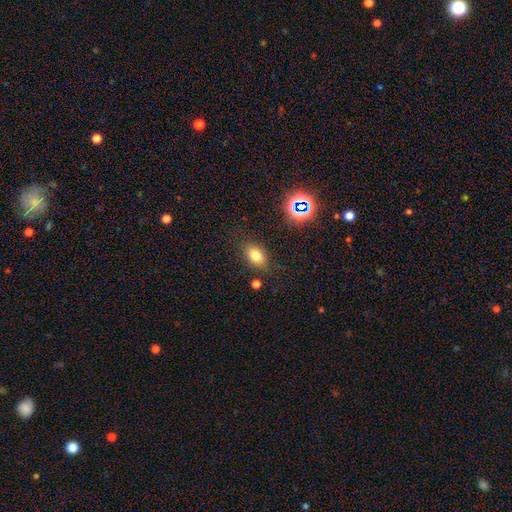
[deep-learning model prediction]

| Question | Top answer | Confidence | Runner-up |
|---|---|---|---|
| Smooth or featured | smooth | 75% | star or artifact (15%) |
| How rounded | in between | 80% | round (18%) |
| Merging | none | 82% | minor disturbance (12%) |